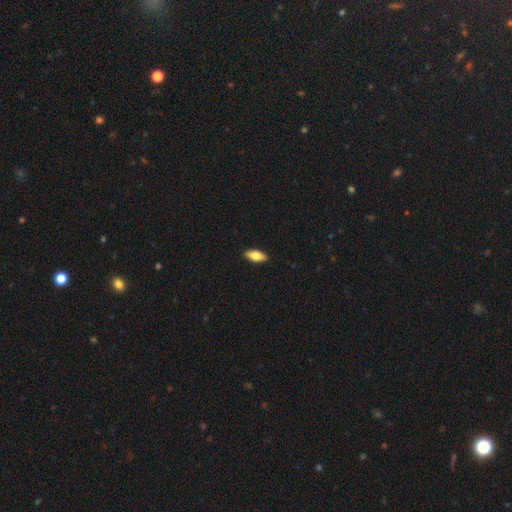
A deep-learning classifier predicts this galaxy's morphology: The model was most divided on "smooth or featured": smooth: 75%, featured or disk: 19%, star or artifact: 6%. More confident: merging — none (90%); how rounded — in between (83%).